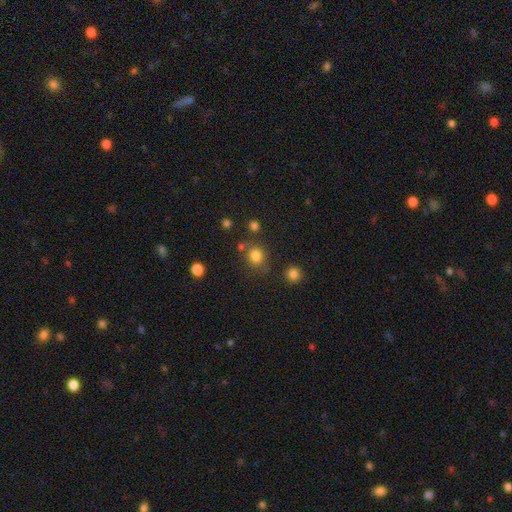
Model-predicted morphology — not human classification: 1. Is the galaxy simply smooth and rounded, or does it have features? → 81% smooth, 13% star or artifact, 6% featured or disk.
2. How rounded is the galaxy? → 80% round, 19% in between, 1% cigar-shaped.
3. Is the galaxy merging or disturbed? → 73% none, 13% minor disturbance, 9% merger, 5% major disturbance.